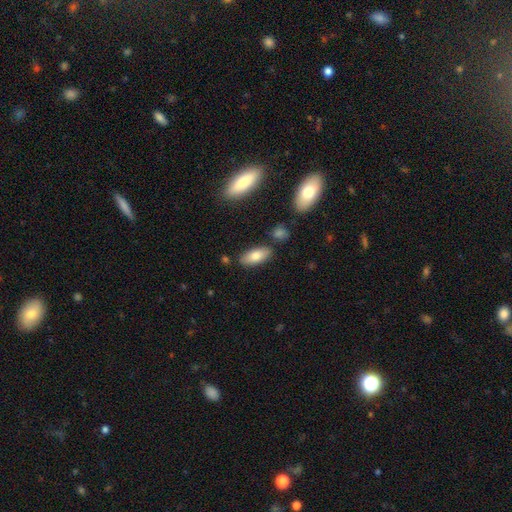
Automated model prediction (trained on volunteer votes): This is likely a smooth galaxy (79%). How rounded: clearly in between (86%). Merging: clearly none (82%).